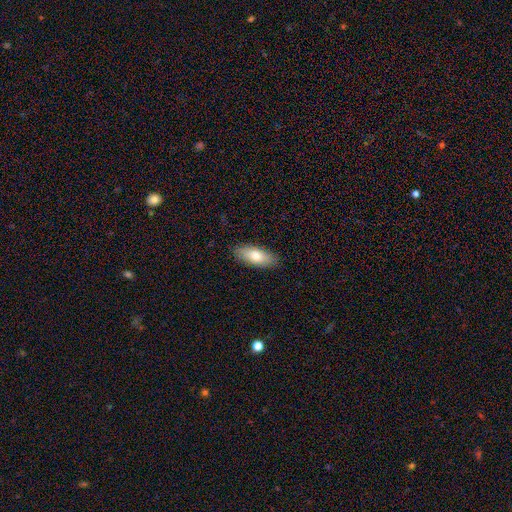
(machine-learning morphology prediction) type=smooth (77%); roundness=in between (80%); merging=none (88%).